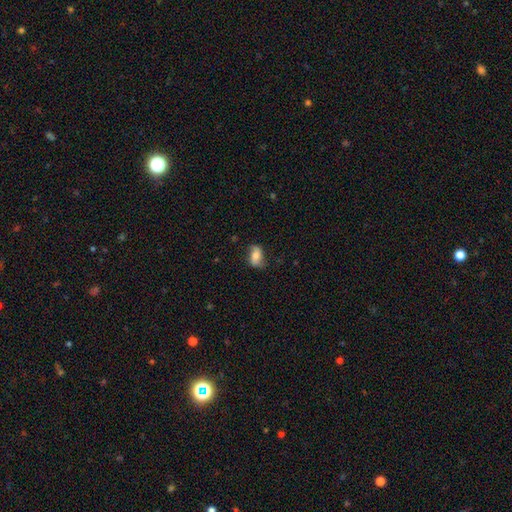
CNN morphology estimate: Smooth or featured?
  - smooth: 60% *
  - featured or disk: 32%
  - star or artifact: 8%
How rounded?
  - in between: 86% *
  - round: 11%
  - cigar-shaped: 3%
Merging?
  - none: 73% *
  - minor disturbance: 20%
  - major disturbance: 5%
  - merger: 1%